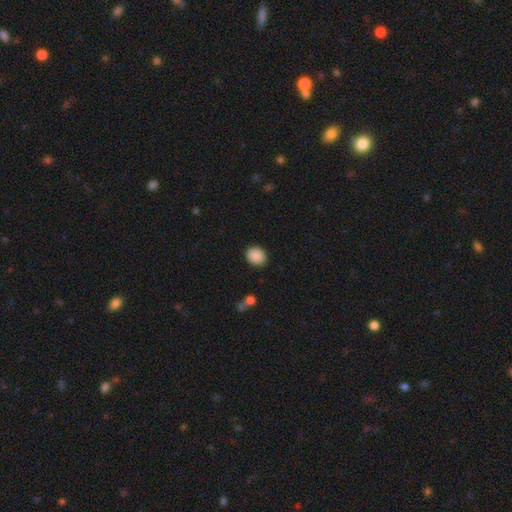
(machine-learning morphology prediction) smooth 89%, star or artifact 8%, featured or disk 3%. Down the decision tree: how rounded — round (64%); merging — none (88%).